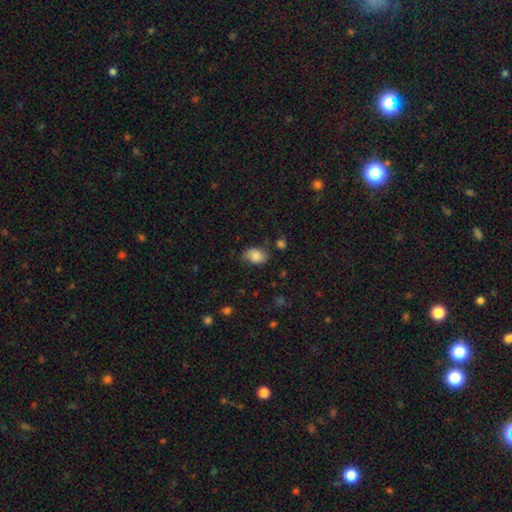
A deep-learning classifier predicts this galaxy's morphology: type=smooth (83%); roundness=in between (83%); merging=none (71%).